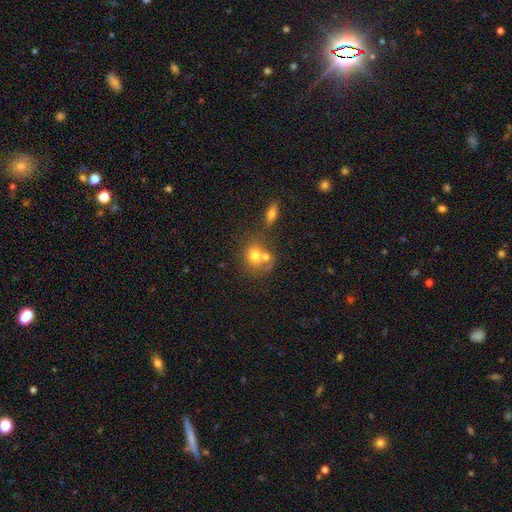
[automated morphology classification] smooth_or_featured: smooth (p=0.72) [alt: featured or disk p=0.16]
how_rounded: round (p=0.74) [alt: in between p=0.25]
merging: merger (p=0.43) [alt: none p=0.42]